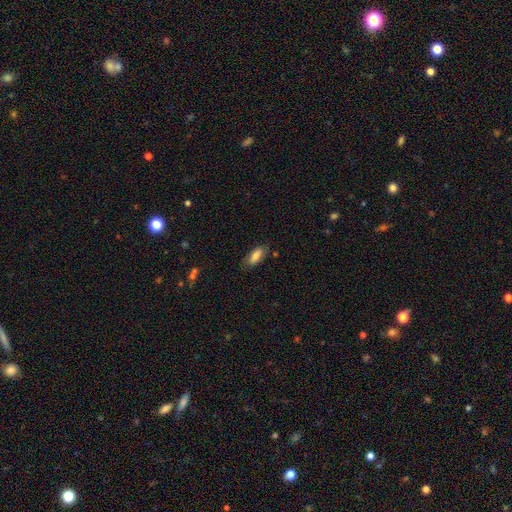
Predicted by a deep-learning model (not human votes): This is likely a smooth galaxy (79%). How rounded: clearly in between (80%). Merging: likely none (76%).